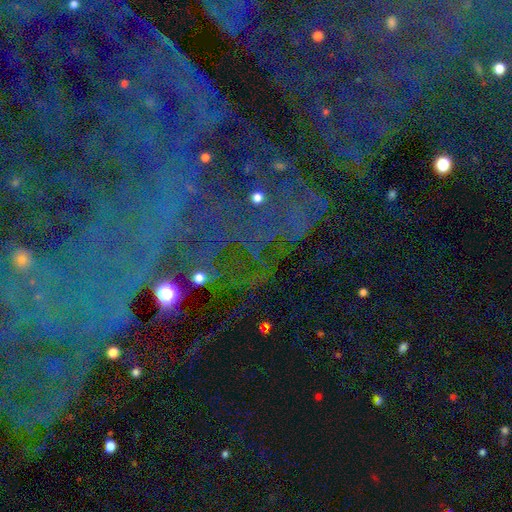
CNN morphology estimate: type=star or artifact (81%).